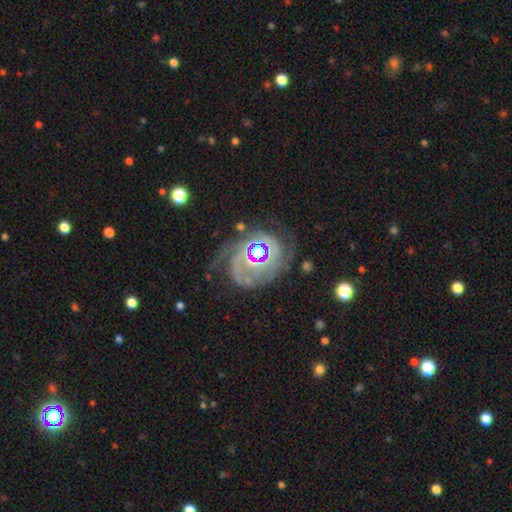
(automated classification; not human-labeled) A featured or disk galaxy (68%) with no bar (68%), 2 (38%) tight (52%) spiral arms (83%) and a moderate central bulge (47%).

Vote fractions:
- Smooth or featured? featured or disk: 68% / star or artifact: 18% / smooth: 14%
- Edge-on disk? no: 97% / yes: 3%
- Bar? no: 68% / weak: 21% / strong: 11%
- Spiral arms? yes: 83% / no: 17%
- Spiral winding? tight: 52% / medium: 34% / loose: 14%
- Spiral arm count? 2: 38% / can't tell: 25% / 1: 13% / 3: 12% / 4: 6% / more than 4: 6%
- Bulge size? moderate: 47% / large: 22% / small: 19% / none: 7% / dominant: 6%
- Merging? none: 53% / major disturbance: 23% / minor disturbance: 20% / merger: 5%